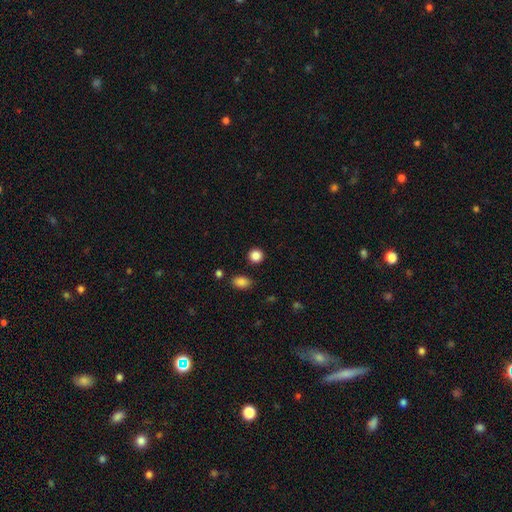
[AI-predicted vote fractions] smooth-or-featured: smooth: 86% | star or artifact: 11% | featured or disk: 3%
  how-rounded: round: 89% | in between: 10% | cigar-shaped: 1%
  merging: none: 89% | minor disturbance: 6% | merger: 3% | major disturbance: 2%